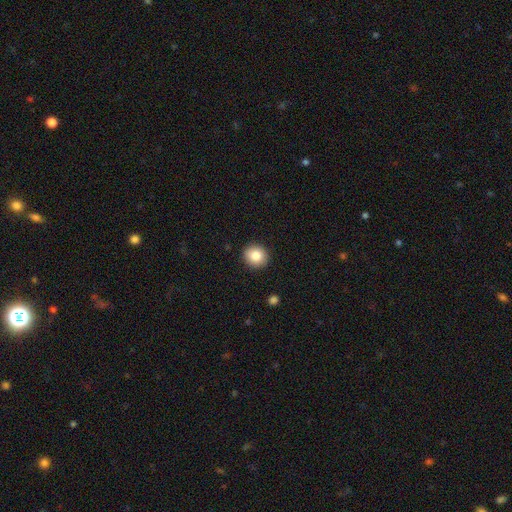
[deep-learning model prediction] A smooth galaxy with no disk features (84%) that is round (86%).

Vote fractions:
- Smooth or featured? smooth: 84% / star or artifact: 9% / featured or disk: 7%
- How rounded? round: 86% / in between: 13% / cigar-shaped: 1%
- Merging? none: 91% / minor disturbance: 6% / major disturbance: 2% / merger: 1%